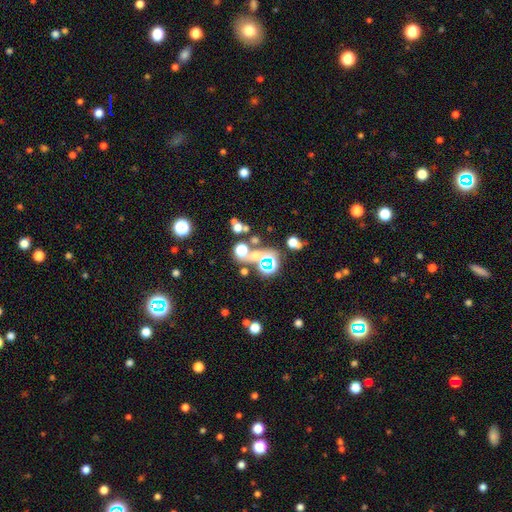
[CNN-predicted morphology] Overall: star or artifact (51%; smooth 33%).